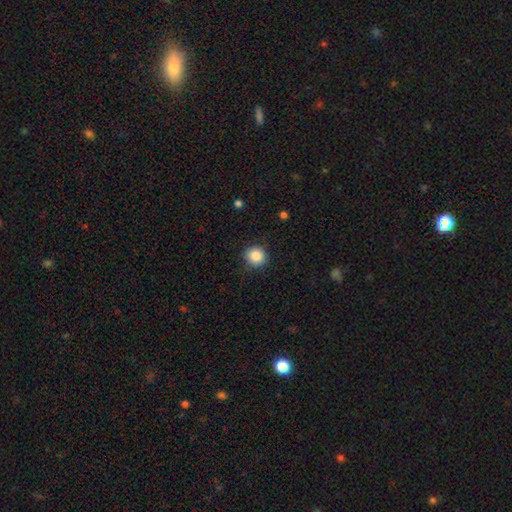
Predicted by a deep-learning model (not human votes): This is clearly a smooth galaxy (87%). How rounded: clearly round (90%). Merging: clearly none (88%).